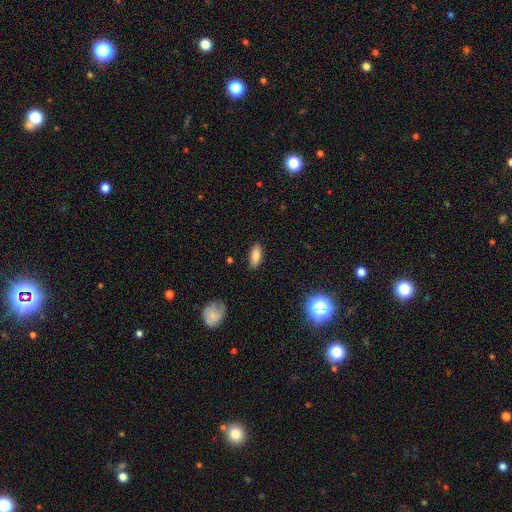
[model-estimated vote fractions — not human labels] This appears to be a smooth galaxy with no disk features (82%) that is in between round and cigar-shaped (80%). Merging: none (87%).